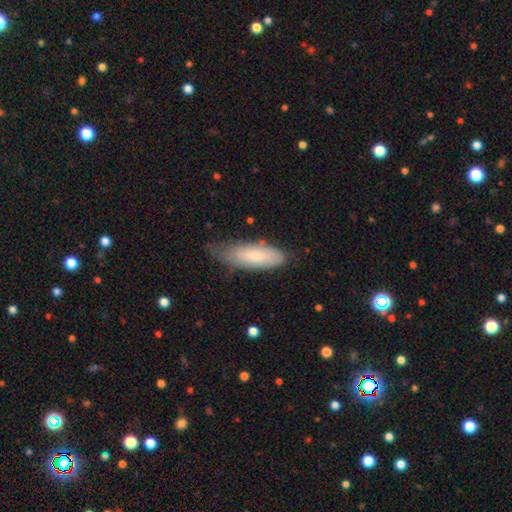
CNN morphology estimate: This is likely a smooth galaxy (73%). How rounded: likely in between (61%). Merging: possibly none (54%).